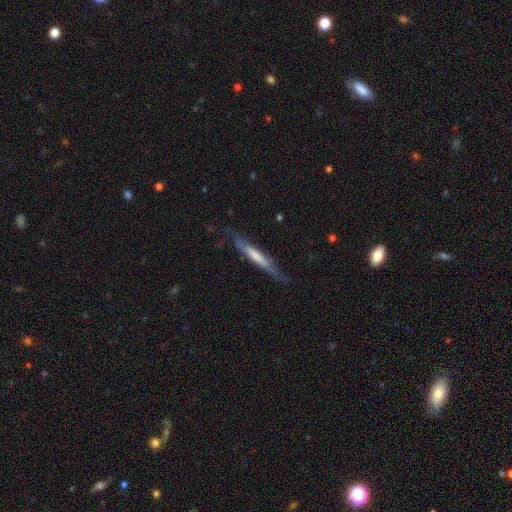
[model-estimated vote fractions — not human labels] The model was most divided on "smooth or featured": featured or disk: 51%, smooth: 44%, star or artifact: 5%. More confident: edge-on disk — yes (78%); merging — none (61%).